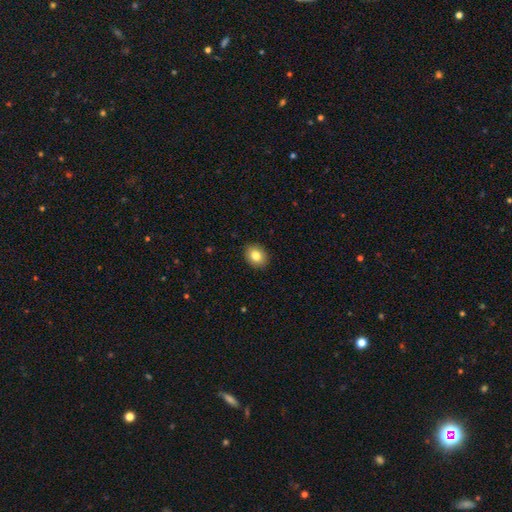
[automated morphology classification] Smooth or featured: smooth — 83% (star or artifact — 9%)
How rounded: round — 50% (in between — 49%)
Merging: none — 91% (minor disturbance — 7%)